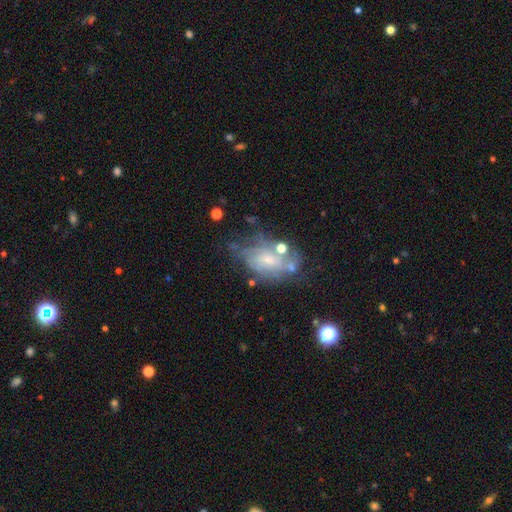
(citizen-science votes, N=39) Smooth or featured?
  - featured or disk: 69% *
  - smooth: 23%
  - star or artifact: 8%
Edge-on disk?
  - no: 96% *
  - yes: 4%
Bar?
  - weak: 50% *
  - no: 46%
  - strong: 4%
Spiral arms?
  - yes: 81% *
  - no: 19%
Spiral winding?
  - tight: 67% *
  - medium: 29%
  - loose: 5%
Spiral arm count?
  - can't tell: 38% *
  - 2: 19%
  - 3: 19%
  - 1: 14%
  - 4: 5%
  - more than 4: 5%
Bulge size?
  - small: 62% *
  - moderate: 35%
  - none: 4%
  - dominant: 0%
  - large: 0%
Merging?
  - none: 44% *
  - major disturbance: 22%
  - minor disturbance: 19%
  - merger: 14%